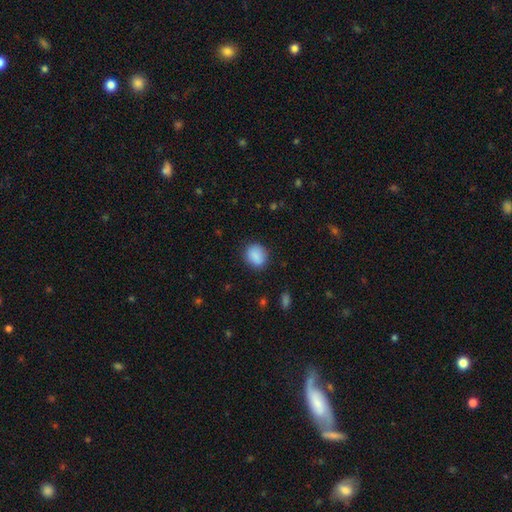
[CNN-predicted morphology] Smooth or featured?
  - smooth: 88% *
  - star or artifact: 8%
  - featured or disk: 5%
How rounded?
  - round: 63% *
  - in between: 36%
  - cigar-shaped: 1%
Merging?
  - none: 83% *
  - minor disturbance: 12%
  - major disturbance: 3%
  - merger: 1%